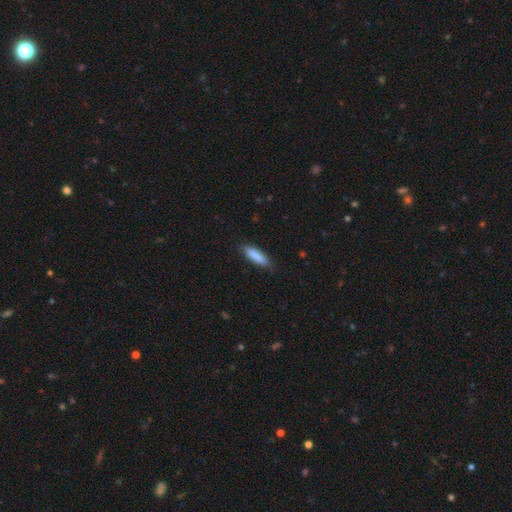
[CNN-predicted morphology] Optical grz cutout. It shows a smooth galaxy with no disk features (86%) that is cigar-shaped (62%). Merging: none (84%).